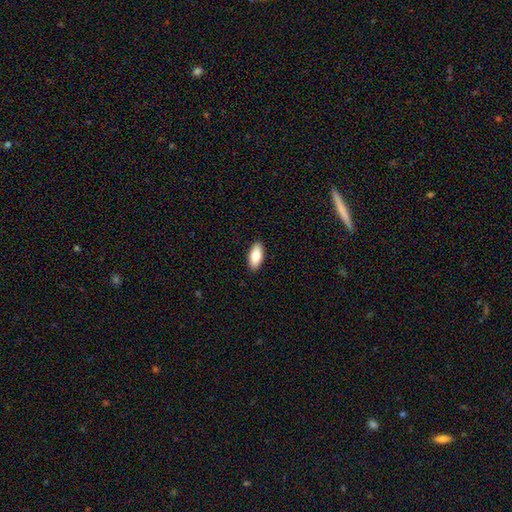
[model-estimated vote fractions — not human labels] This is likely a smooth galaxy (79%). How rounded: clearly in between (90%). Merging: clearly none (91%).